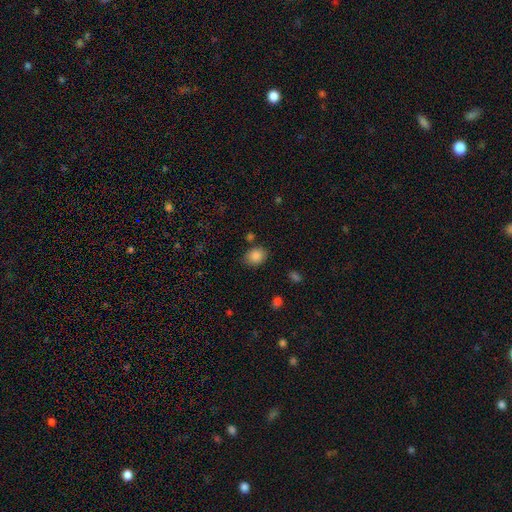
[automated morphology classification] This is clearly a smooth galaxy (86%). How rounded: possibly in between (57%). Merging: likely none (76%).